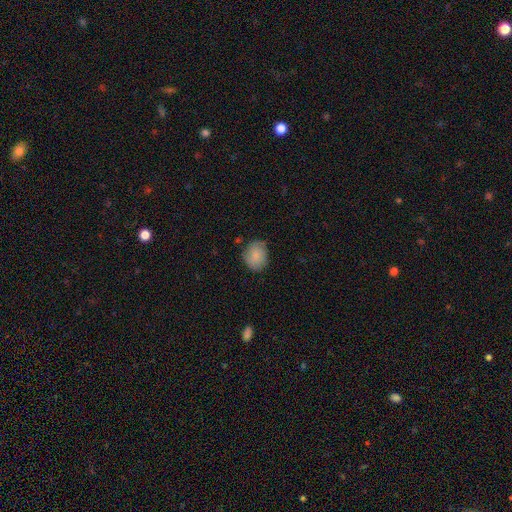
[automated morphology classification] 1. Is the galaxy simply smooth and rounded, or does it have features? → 84% smooth, 9% featured or disk, 7% star or artifact.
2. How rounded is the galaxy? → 57% round, 42% in between, 1% cigar-shaped.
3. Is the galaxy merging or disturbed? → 71% none, 23% minor disturbance, 4% major disturbance, 2% merger.